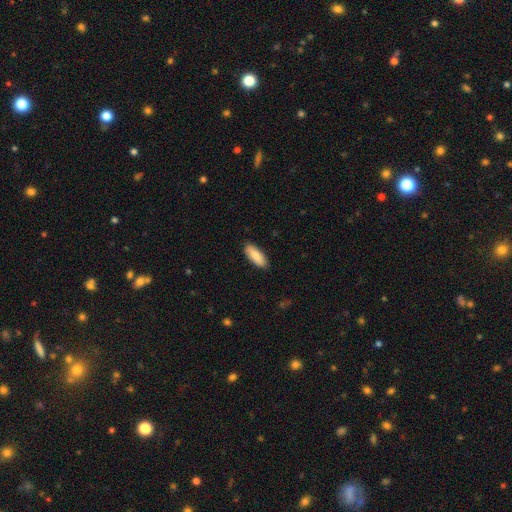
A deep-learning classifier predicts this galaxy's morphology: type=smooth (84%); roundness=in between (70%); merging=none (89%).